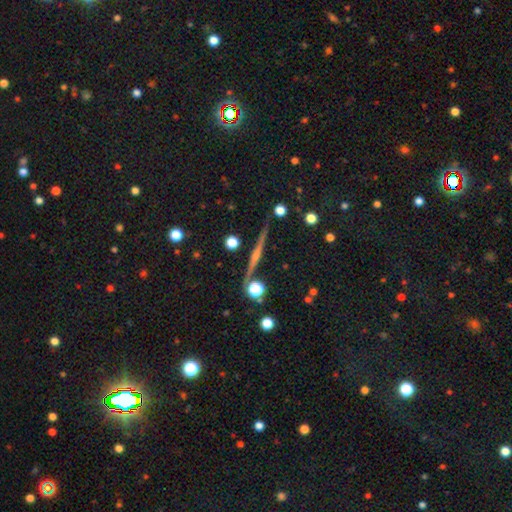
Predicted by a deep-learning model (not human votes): Smooth or featured? featured or disk (74%)
Edge-on disk? yes (98%)
Edge-on bulge? rounded (58%)
Merging? none (89%)